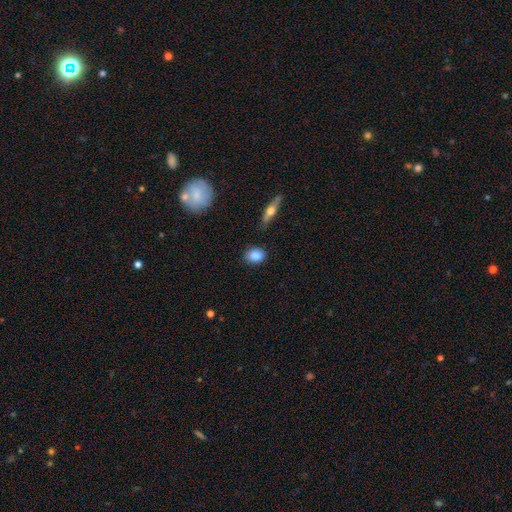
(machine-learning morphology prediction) smooth_or_featured: smooth (p=0.85) [alt: featured or disk p=0.08]
how_rounded: in between (p=0.54) [alt: round p=0.44]
merging: none (p=0.82) [alt: minor disturbance p=0.13]